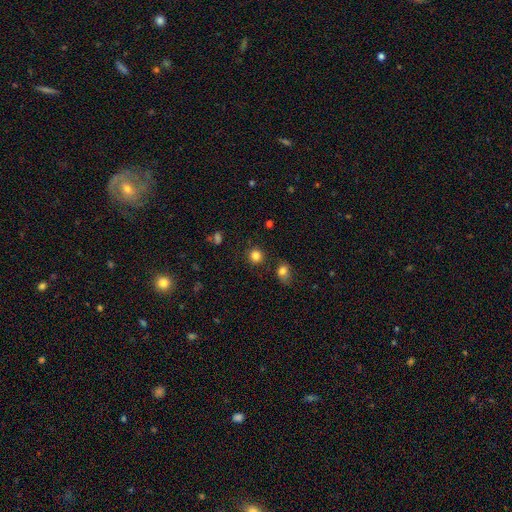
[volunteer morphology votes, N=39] smooth-or-featured: smooth: 90% | star or artifact: 10% | featured or disk: 0%
  how-rounded: round: 97% | in between: 3% | cigar-shaped: 0%
  merging: none: 86% | merger: 9% | minor disturbance: 3% | major disturbance: 3%